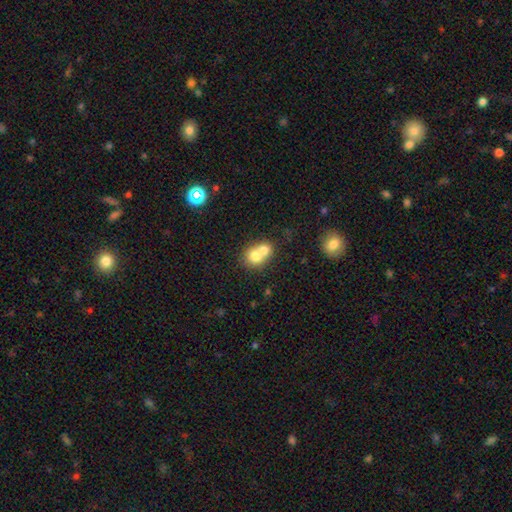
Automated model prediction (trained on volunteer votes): Morphology: type=smooth (73%); roundness=round (70%); merging=merger (69%).